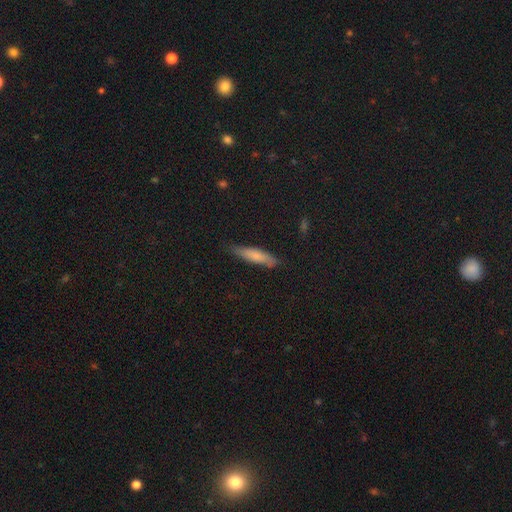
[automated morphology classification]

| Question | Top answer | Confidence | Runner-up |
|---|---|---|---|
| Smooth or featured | smooth | 74% | featured or disk (19%) |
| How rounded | cigar-shaped | 77% | in between (21%) |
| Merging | none | 77% | minor disturbance (18%) |